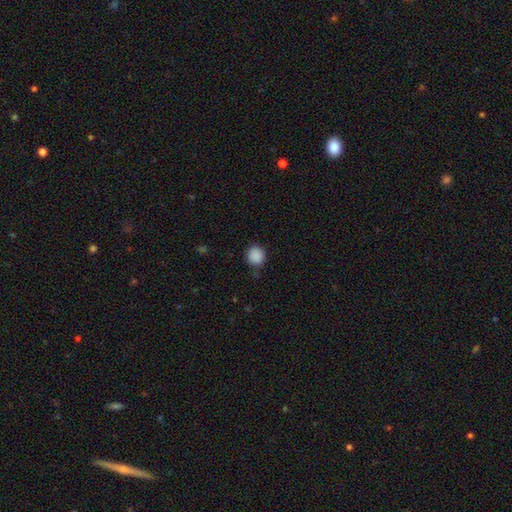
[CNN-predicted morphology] smooth 88%, star or artifact 9%, featured or disk 3%. Down the decision tree: how rounded — round (84%); merging — none (79%).